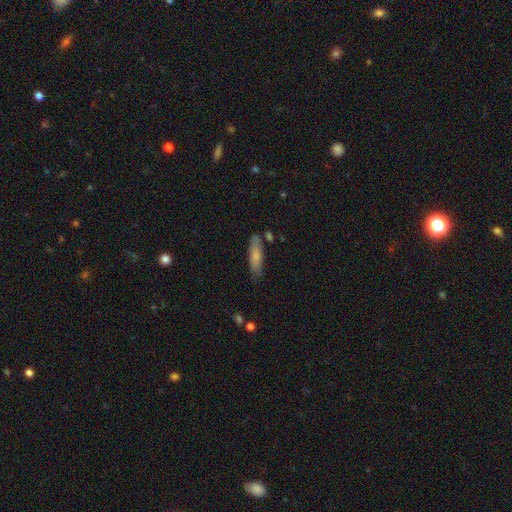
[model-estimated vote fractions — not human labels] Morphology: type=smooth (75%); roundness=cigar-shaped (62%); merging=none (75%).